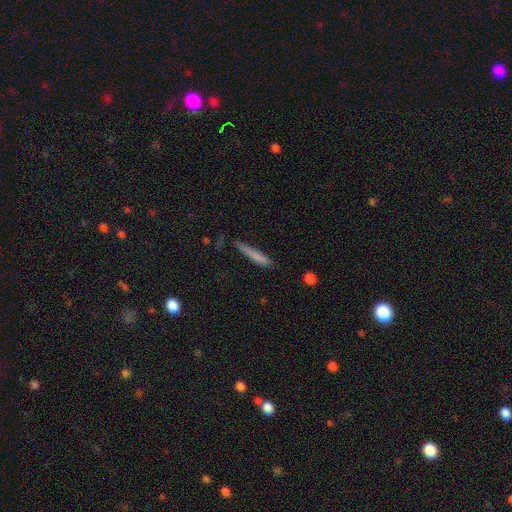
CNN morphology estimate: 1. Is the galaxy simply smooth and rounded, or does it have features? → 74% smooth, 19% featured or disk, 7% star or artifact.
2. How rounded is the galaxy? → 94% cigar-shaped, 5% in between, 1% round.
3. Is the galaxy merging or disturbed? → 69% none, 22% minor disturbance, 6% major disturbance, 3% merger.